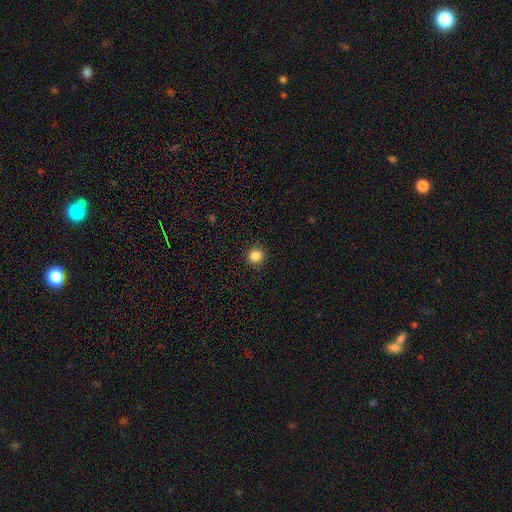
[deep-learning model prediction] Smooth or featured? Predicted: smooth (p=0.85). How rounded? Predicted: round (p=0.91). Merging? Predicted: none (p=0.92).